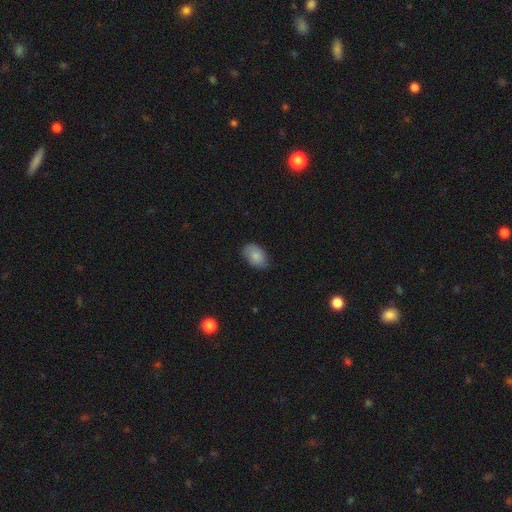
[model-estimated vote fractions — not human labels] Smooth or featured? Predicted: smooth (p=0.84). How rounded? Predicted: in between (p=0.90). Merging? Predicted: none (p=0.81).